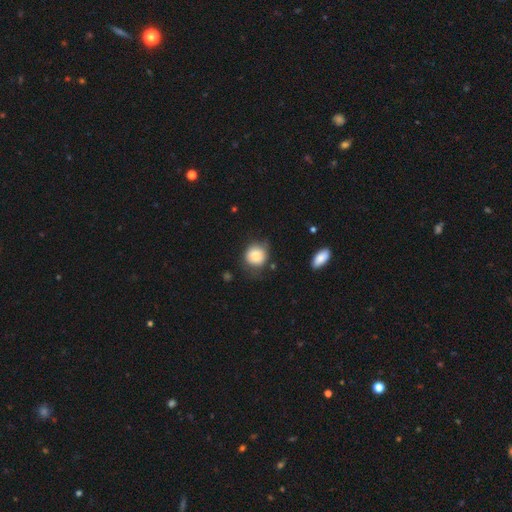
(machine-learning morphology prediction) Q: Smooth or featured?
A: smooth (82%); runner-up: featured or disk (10%)
Q: How rounded?
A: round (78%); runner-up: in between (21%)
Q: Merging?
A: none (58%); runner-up: minor disturbance (30%)